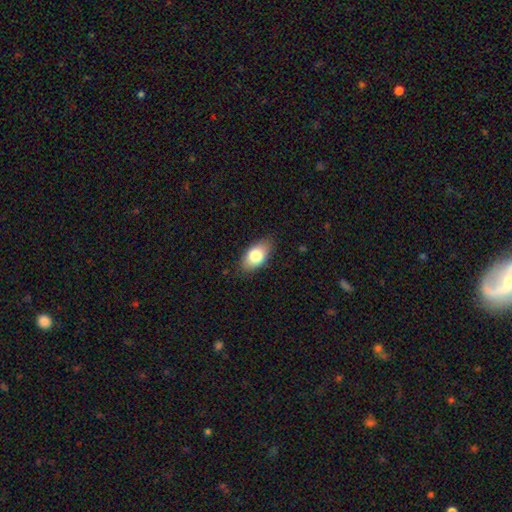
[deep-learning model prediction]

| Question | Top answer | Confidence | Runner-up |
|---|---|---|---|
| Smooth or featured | smooth | 81% | featured or disk (12%) |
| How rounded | in between | 92% | round (5%) |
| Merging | none | 82% | minor disturbance (14%) |